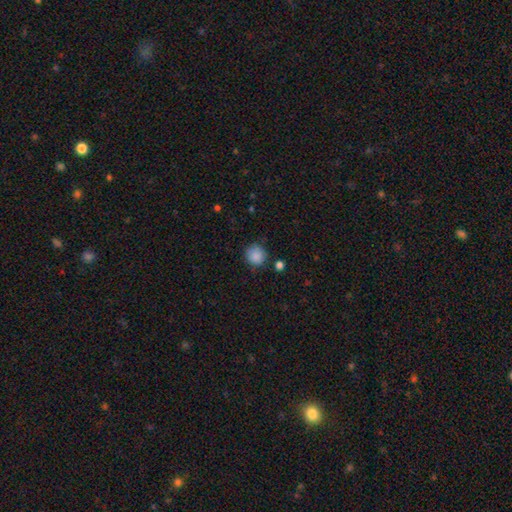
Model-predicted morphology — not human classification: smooth_or_featured: smooth (p=0.87) [alt: star or artifact p=0.10]
how_rounded: round (p=0.90) [alt: in between p=0.09]
merging: none (p=0.81) [alt: minor disturbance p=0.13]